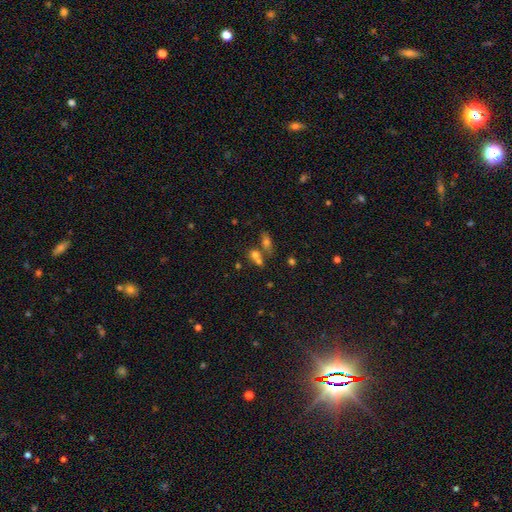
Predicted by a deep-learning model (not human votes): This is likely a smooth galaxy (65%). How rounded: likely in between (61%). Merging: possibly merger (49%).